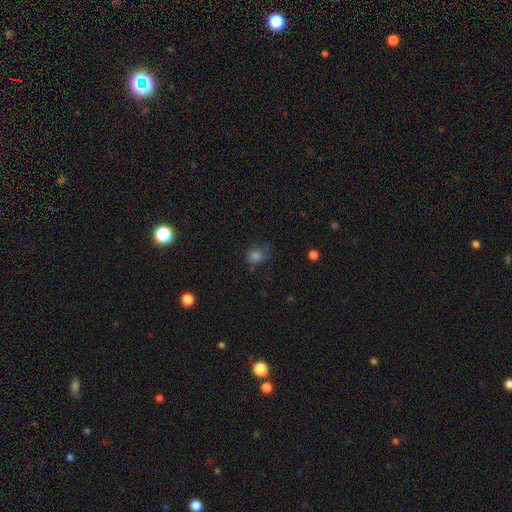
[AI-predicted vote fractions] Overall: smooth (71%). How rounded: round (67%; in between 32%). Merging: none (56%; minor disturbance 26%).